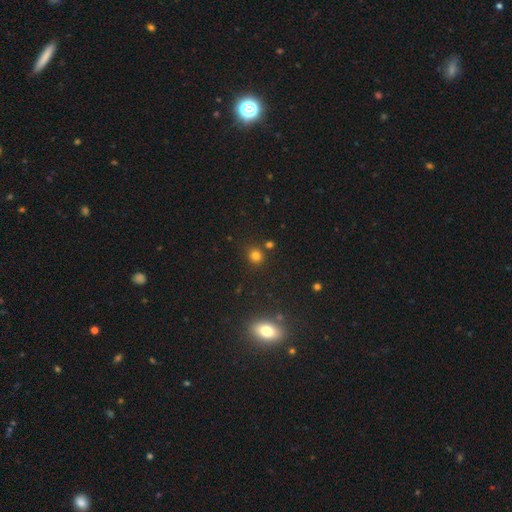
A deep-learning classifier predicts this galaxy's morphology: A smooth galaxy with no disk features (77%) that is round (88%).

Vote fractions:
- Smooth or featured? smooth: 77% / star or artifact: 18% / featured or disk: 6%
- How rounded? round: 88% / in between: 11% / cigar-shaped: 1%
- Merging? none: 82% / minor disturbance: 8% / merger: 7% / major disturbance: 3%